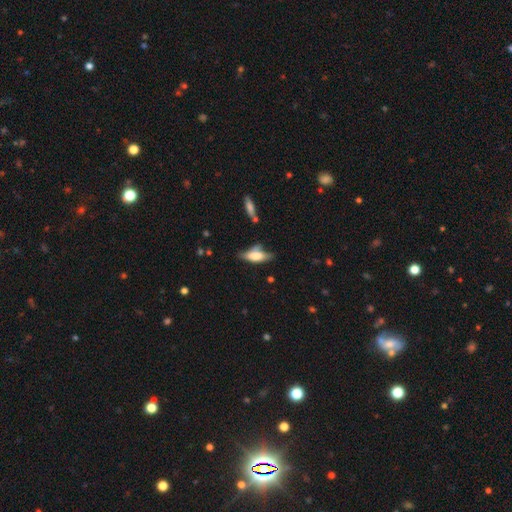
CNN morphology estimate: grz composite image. It shows a smooth galaxy with no disk features (63%) that is in between round and cigar-shaped (61%). Merging: none (49%).